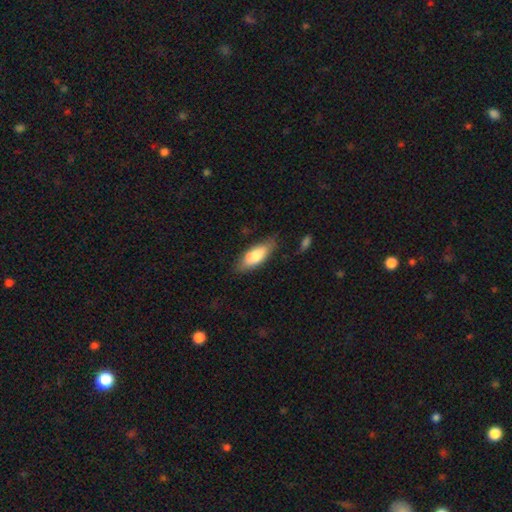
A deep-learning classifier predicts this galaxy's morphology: Overall: smooth (75%). How rounded: in between (73%). Merging: none (75%).